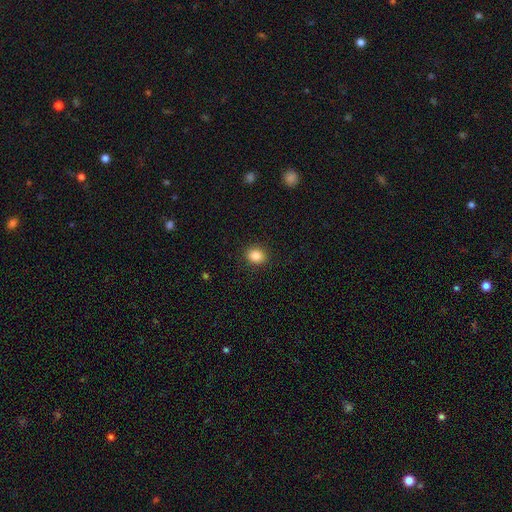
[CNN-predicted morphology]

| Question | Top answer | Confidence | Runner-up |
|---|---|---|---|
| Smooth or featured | smooth | 86% | star or artifact (10%) |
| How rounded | round | 57% | in between (42%) |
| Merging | none | 89% | minor disturbance (7%) |